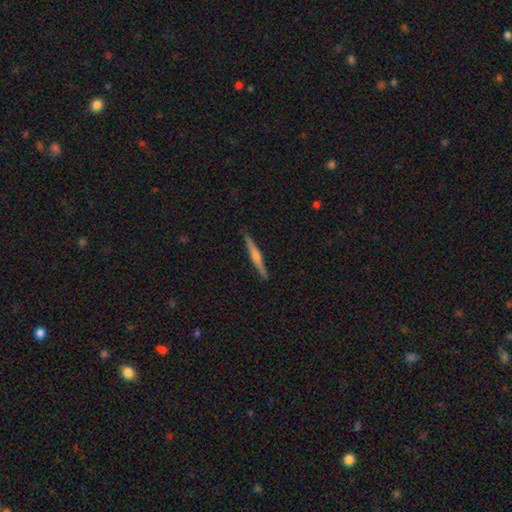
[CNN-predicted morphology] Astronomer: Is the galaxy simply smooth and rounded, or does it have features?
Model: featured or disk — 73%.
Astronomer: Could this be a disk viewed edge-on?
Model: yes — 98%.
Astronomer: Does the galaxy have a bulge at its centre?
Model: rounded — 75%.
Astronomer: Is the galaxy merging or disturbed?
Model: none — 92%.